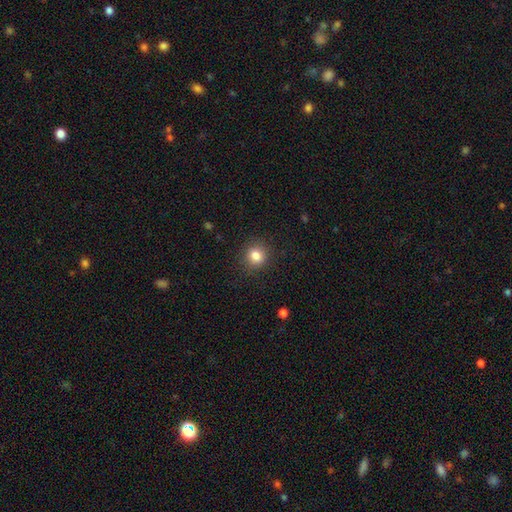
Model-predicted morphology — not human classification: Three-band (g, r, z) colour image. It shows a smooth galaxy with no disk features (83%) that is round (86%). Merging: none (88%).